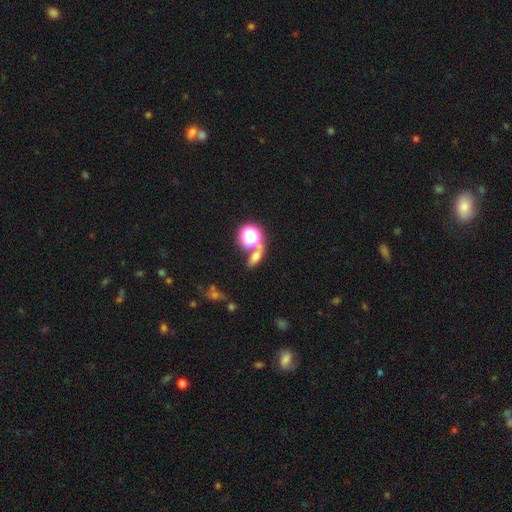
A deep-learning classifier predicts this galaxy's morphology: Smooth or featured: smooth — 56% (star or artifact — 28%)
How rounded: in between — 53% (round — 30%)
Merging: none — 53% (merger — 30%)